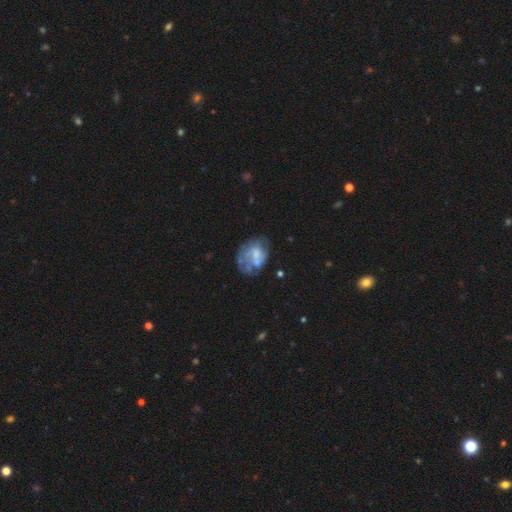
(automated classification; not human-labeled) smooth-or-featured: featured or disk: 58% | smooth: 33% | star or artifact: 9%
  disk-edge-on: no: 97% | yes: 3%
    bar: no: 67% | weak: 27% | strong: 7%
    has-spiral-arms: no: 66% | yes: 34%
    bulge-size: none: 36% | moderate: 30% | small: 25% | large: 7% | dominant: 2%
  merging: none: 42% | minor disturbance: 24% | major disturbance: 23% | merger: 11%